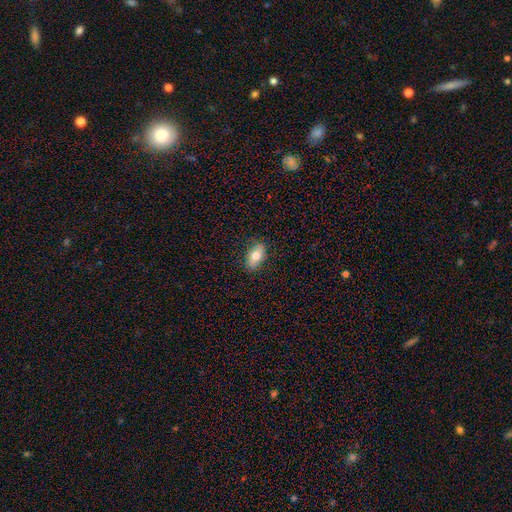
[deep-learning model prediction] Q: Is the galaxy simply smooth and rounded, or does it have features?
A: smooth — 72%.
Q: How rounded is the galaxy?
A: in between — 88%.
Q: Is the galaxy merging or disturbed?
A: none — 84%.